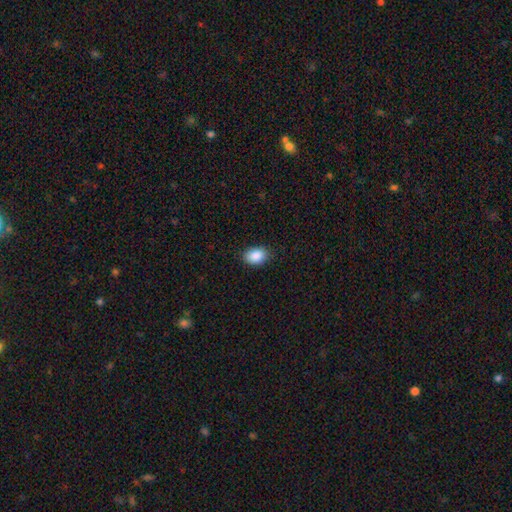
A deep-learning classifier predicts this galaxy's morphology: Q: Smooth or featured?
A: smooth (89%); runner-up: star or artifact (8%)
Q: How rounded?
A: in between (81%); runner-up: round (18%)
Q: Merging?
A: none (87%); runner-up: minor disturbance (9%)